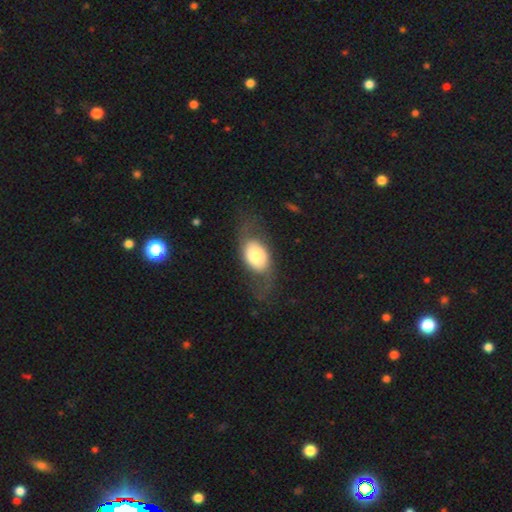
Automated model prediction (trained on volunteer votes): This appears to be a smooth galaxy with no disk features (53%) that is in between round and cigar-shaped (80%). Merging: none (63%).